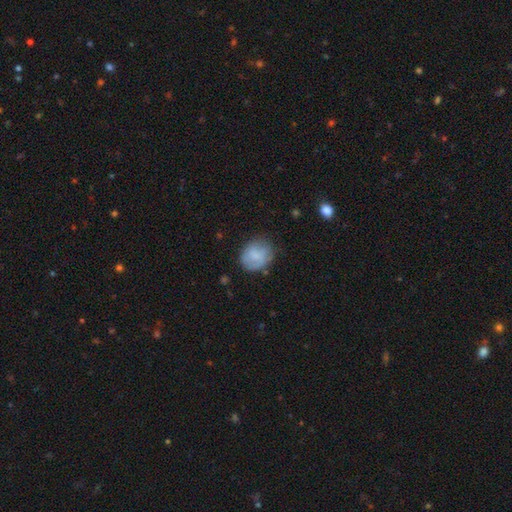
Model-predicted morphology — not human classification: Smooth or featured?
  - smooth: 69% *
  - featured or disk: 24%
  - star or artifact: 8%
How rounded?
  - round: 64% *
  - in between: 35%
  - cigar-shaped: 1%
Merging?
  - none: 66% *
  - minor disturbance: 23%
  - major disturbance: 9%
  - merger: 2%